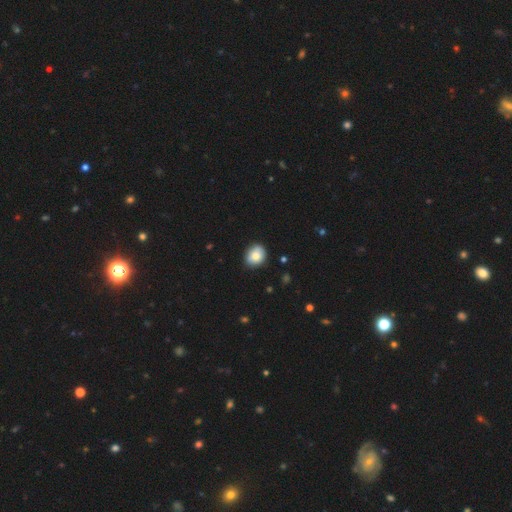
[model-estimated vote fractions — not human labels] The model was most divided on "how rounded": round: 53%, in between: 46%, cigar-shaped: 1%. More confident: merging — none (81%); smooth or featured — smooth (81%).